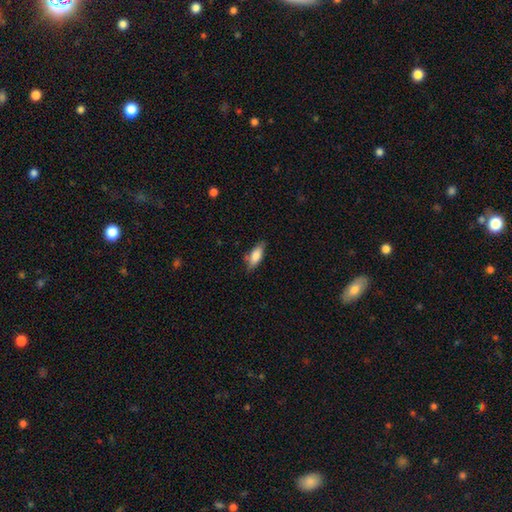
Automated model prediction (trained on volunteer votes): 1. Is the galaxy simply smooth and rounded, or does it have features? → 81% smooth, 12% featured or disk, 6% star or artifact.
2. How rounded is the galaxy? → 75% in between, 22% cigar-shaped, 2% round.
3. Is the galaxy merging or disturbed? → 74% none, 21% minor disturbance, 4% major disturbance, 2% merger.